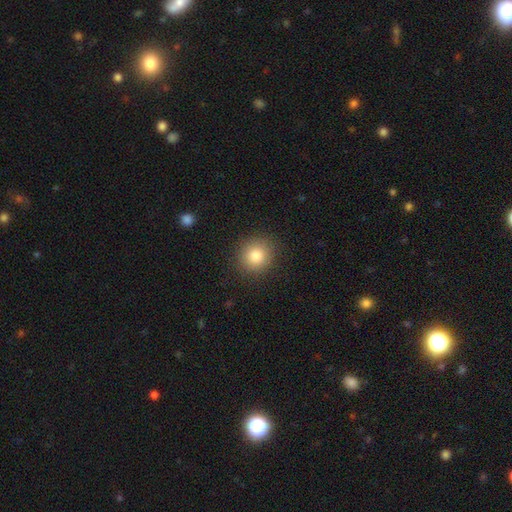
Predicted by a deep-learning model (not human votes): Overall: smooth (82%). How rounded: round (88%). Merging: none (89%).